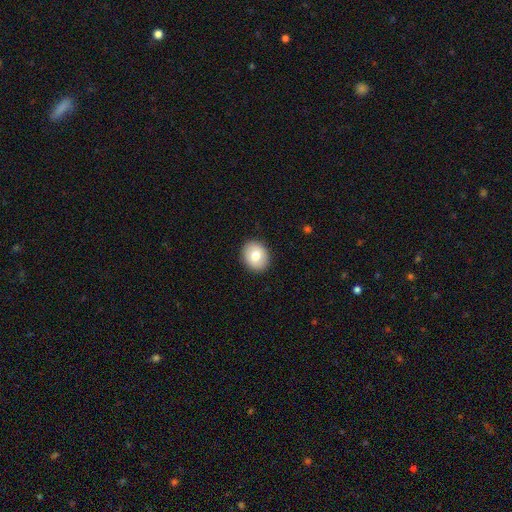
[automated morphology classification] Smooth or featured?
  - smooth: 77% *
  - featured or disk: 16%
  - star or artifact: 7%
How rounded?
  - round: 55% *
  - in between: 44%
  - cigar-shaped: 1%
Merging?
  - none: 90% *
  - minor disturbance: 7%
  - major disturbance: 2%
  - merger: 1%